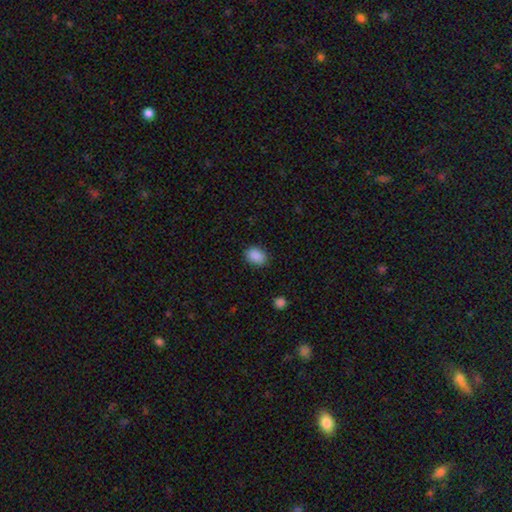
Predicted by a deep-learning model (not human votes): smooth_or_featured: smooth (p=0.89) [alt: star or artifact p=0.08]
how_rounded: in between (p=0.75) [alt: round p=0.24]
merging: none (p=0.86) [alt: minor disturbance p=0.10]